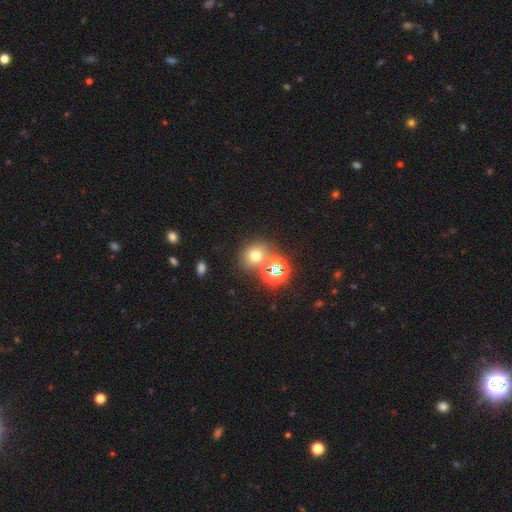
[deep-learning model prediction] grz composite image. It shows a smooth galaxy with no disk features (62%) that is round (77%). Merging: none (66%).